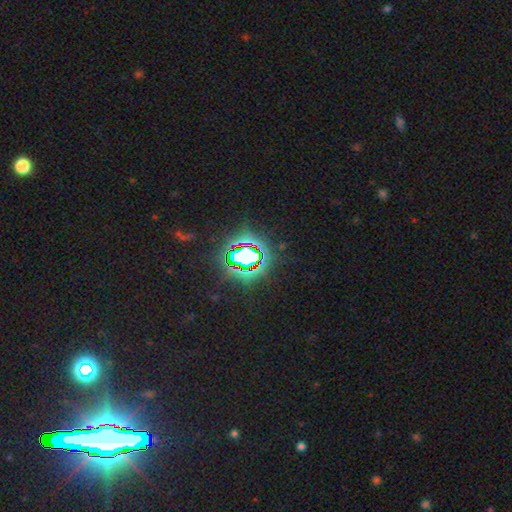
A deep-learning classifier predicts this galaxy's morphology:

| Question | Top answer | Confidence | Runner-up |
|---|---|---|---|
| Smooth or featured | star or artifact | 81% | smooth (11%) |